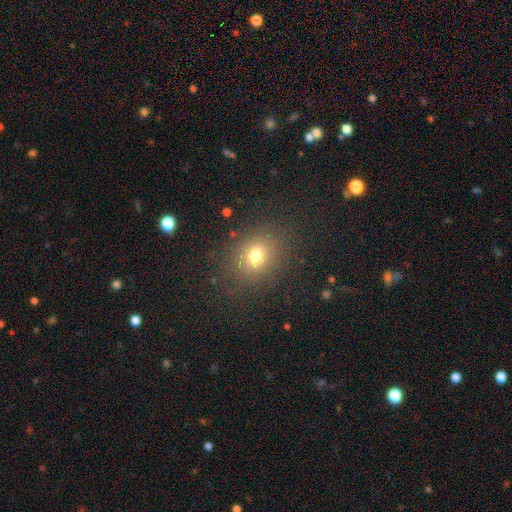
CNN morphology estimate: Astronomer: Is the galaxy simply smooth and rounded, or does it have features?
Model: smooth — 73%.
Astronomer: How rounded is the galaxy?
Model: round — 59% (runner-up: in between, 40%).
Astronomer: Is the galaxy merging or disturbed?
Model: none — 83%.